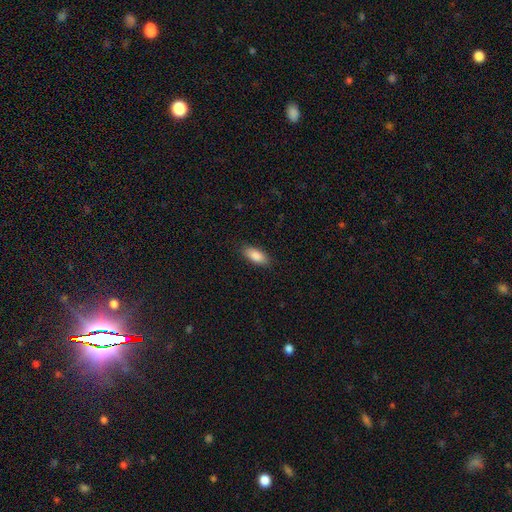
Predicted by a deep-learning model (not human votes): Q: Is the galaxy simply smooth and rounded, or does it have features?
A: smooth — 87%.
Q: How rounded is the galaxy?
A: in between — 85%.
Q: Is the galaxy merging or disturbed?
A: none — 88%.